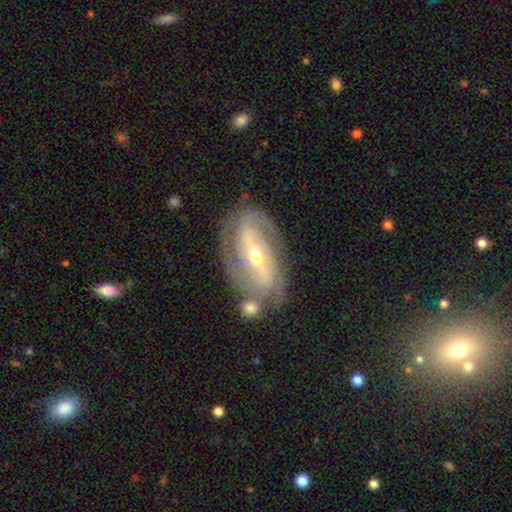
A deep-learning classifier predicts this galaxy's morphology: smooth_or_featured: featured or disk (p=0.87) [alt: smooth p=0.08]
disk_edge_on: no (p=0.94) [alt: yes p=0.06]
bar: strong (p=0.54) [alt: weak p=0.30]
has_spiral_arms: yes (p=0.93) [alt: no p=0.07]
spiral_winding: tight (p=0.49) [alt: medium p=0.38]
spiral_arm_count: 2 (p=0.66) [alt: can't tell p=0.14]
bulge_size: small (p=0.50) [alt: moderate p=0.47]
merging: none (p=0.68) [alt: minor disturbance p=0.17]